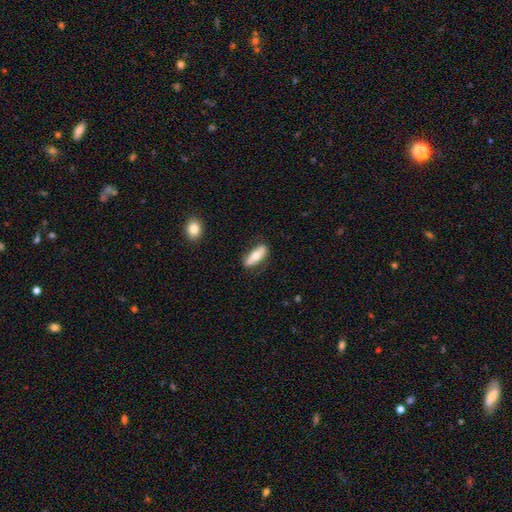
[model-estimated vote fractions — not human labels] A smooth galaxy with no disk features (57%) that is in between round and cigar-shaped (63%). Merging: none (79%).